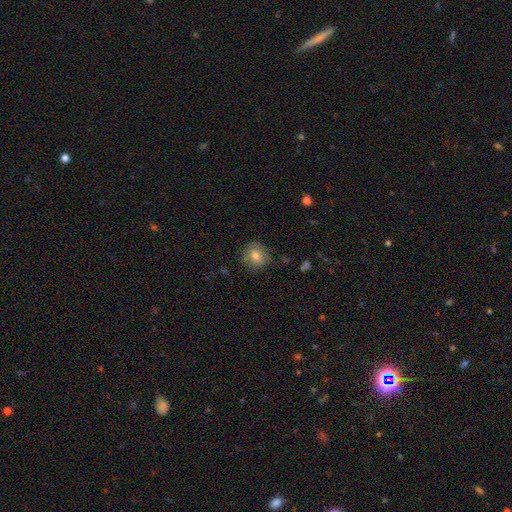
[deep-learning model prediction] smooth 78%, featured or disk 13%, star or artifact 10%. Down the decision tree: how rounded — round (88%); merging — none (83%).